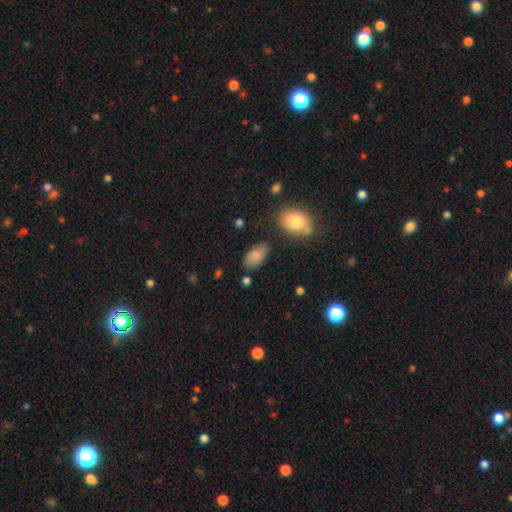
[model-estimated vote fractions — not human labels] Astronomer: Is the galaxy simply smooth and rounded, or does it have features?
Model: smooth — 84%.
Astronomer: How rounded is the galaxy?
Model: in between — 94%.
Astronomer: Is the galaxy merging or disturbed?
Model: none — 76%.